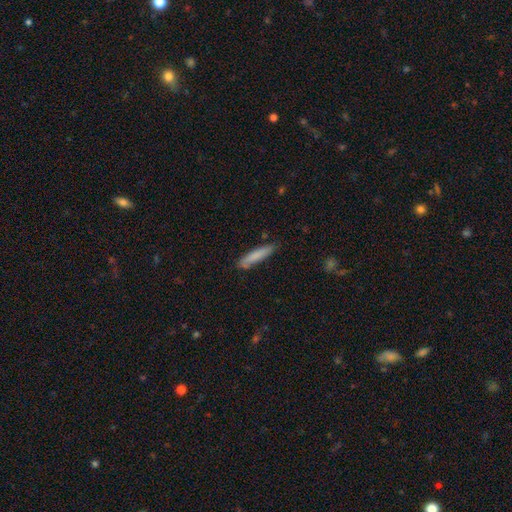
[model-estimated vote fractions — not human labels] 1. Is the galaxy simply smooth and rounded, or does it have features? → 80% smooth, 14% featured or disk, 6% star or artifact.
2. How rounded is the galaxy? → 88% cigar-shaped, 11% in between, 1% round.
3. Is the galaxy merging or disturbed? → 80% none, 16% minor disturbance, 3% major disturbance, 2% merger.